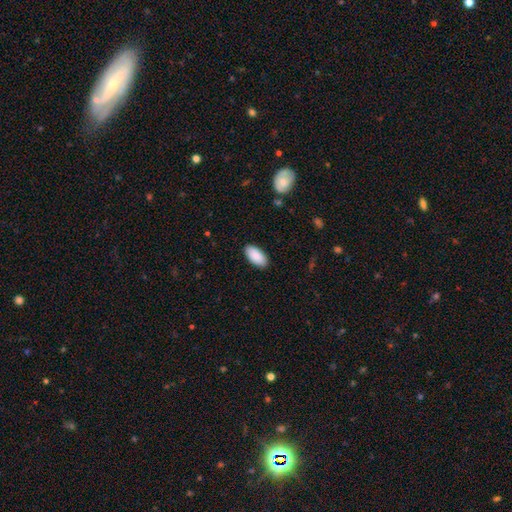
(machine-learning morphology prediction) This is clearly a smooth galaxy (90%). How rounded: clearly in between (95%). Merging: clearly none (89%).